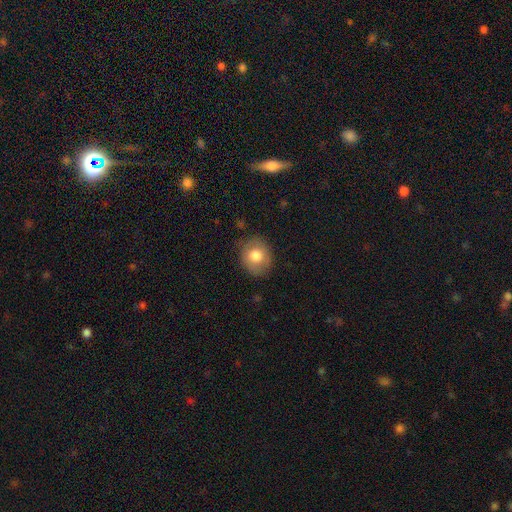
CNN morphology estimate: This is likely a smooth galaxy (77%). How rounded: likely round (73%). Merging: clearly none (81%).